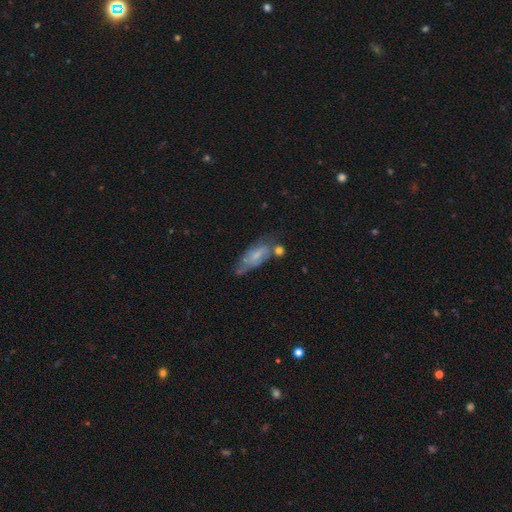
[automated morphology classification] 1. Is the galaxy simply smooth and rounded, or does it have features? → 57% smooth, 35% featured or disk, 8% star or artifact.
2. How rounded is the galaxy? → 72% in between, 25% cigar-shaped, 3% round.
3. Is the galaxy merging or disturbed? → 38% none, 29% minor disturbance, 18% merger, 16% major disturbance.